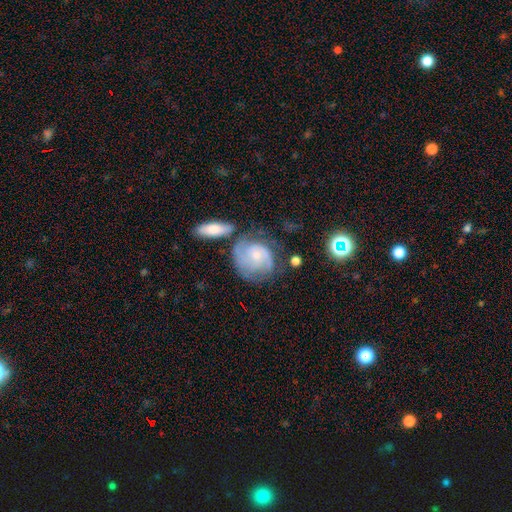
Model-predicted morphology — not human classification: smooth_or_featured: featured or disk (p=0.75) [alt: smooth p=0.19]
disk_edge_on: no (p=0.97) [alt: yes p=0.03]
bar: no (p=0.74) [alt: weak p=0.22]
has_spiral_arms: yes (p=0.92) [alt: no p=0.08]
spiral_winding: tight (p=0.53) [alt: medium p=0.35]
spiral_arm_count: 2 (p=0.41) [alt: can't tell p=0.28]
bulge_size: small (p=0.67) [alt: moderate p=0.27]
merging: none (p=0.53) [alt: minor disturbance p=0.23]